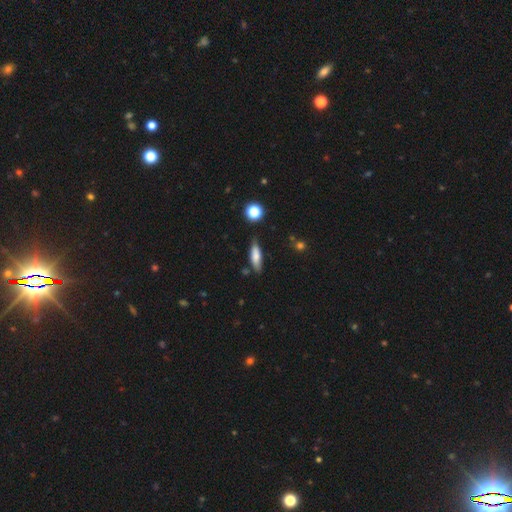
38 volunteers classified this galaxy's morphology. type=smooth (76%); roundness=cigar-shaped (69%); merging=none (68%).